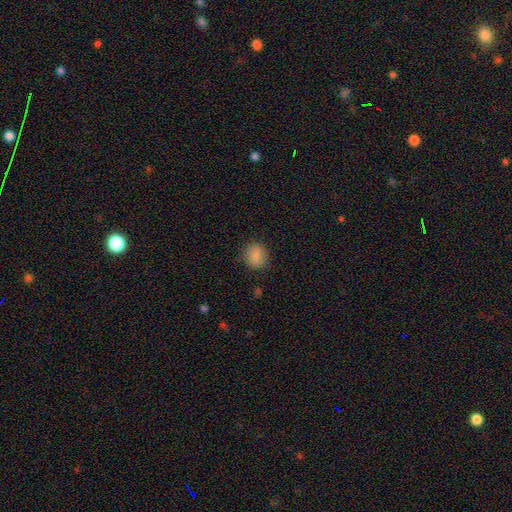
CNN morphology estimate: smooth_or_featured: smooth (p=0.85) [alt: star or artifact p=0.09]
how_rounded: round (p=0.72) [alt: in between p=0.26]
merging: none (p=0.85) [alt: minor disturbance p=0.11]